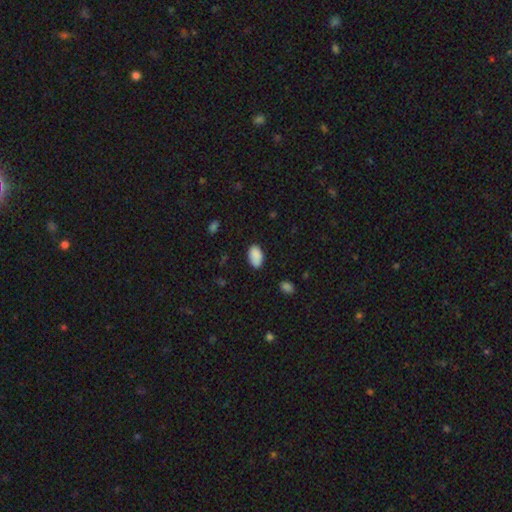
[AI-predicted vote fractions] Morphology: type=smooth (90%); roundness=in between (94%); merging=none (83%).